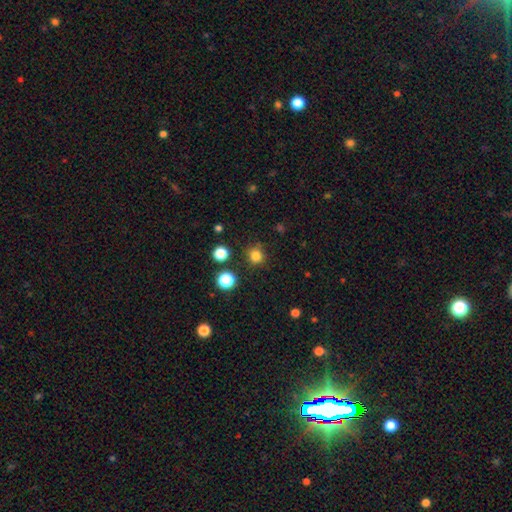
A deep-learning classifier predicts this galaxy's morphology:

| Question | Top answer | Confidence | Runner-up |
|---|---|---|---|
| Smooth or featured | smooth | 81% | star or artifact (15%) |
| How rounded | round | 92% | in between (7%) |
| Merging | none | 87% | minor disturbance (8%) |